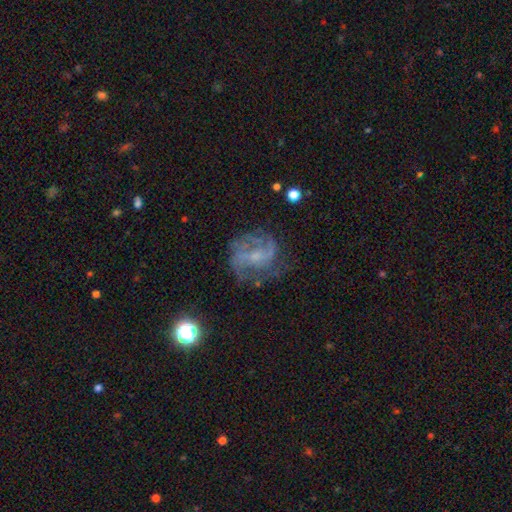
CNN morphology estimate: A featured or disk galaxy (74%) with no bar (45%, tied with weak), 2 (38%) medium (46%) spiral arms (85%) and a small central bulge (55%).

Vote fractions:
- Smooth or featured? featured or disk: 74% / smooth: 15% / star or artifact: 11%
- Edge-on disk? no: 97% / yes: 3%
- Bar? no: 45% (tied) / weak: 45% (tied) / strong: 11%
- Spiral arms? yes: 85% / no: 15%
- Spiral winding? medium: 46% / loose: 28% / tight: 26%
- Spiral arm count? 2: 38% / can't tell: 27% / 3: 20% / 1: 6% / 4: 5% / more than 4: 4%
- Bulge size? small: 55% / moderate: 22% / none: 20% / large: 2% / dominant: 1%
- Merging? none: 61% / minor disturbance: 20% / major disturbance: 17% / merger: 2%